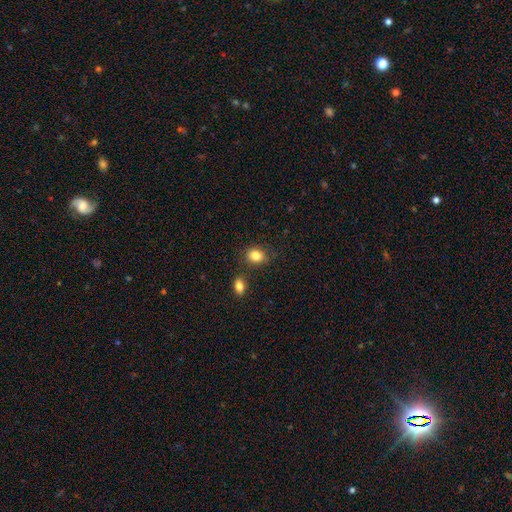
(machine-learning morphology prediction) smooth-or-featured: smooth: 84% | star or artifact: 9% | featured or disk: 7%
  how-rounded: in between: 58% | round: 41% | cigar-shaped: 1%
  merging: none: 74% | minor disturbance: 14% | merger: 8% | major disturbance: 4%